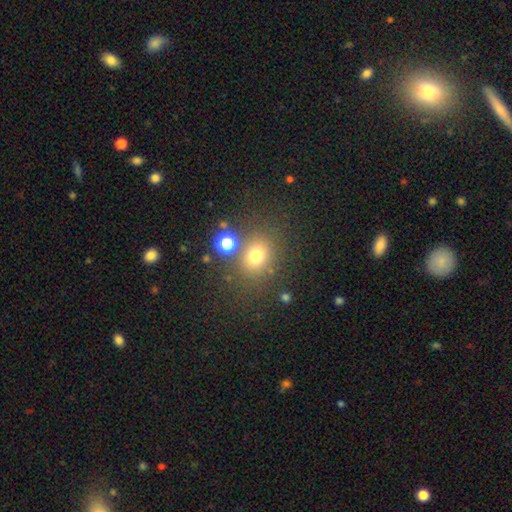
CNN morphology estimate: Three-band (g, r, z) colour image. It shows a smooth galaxy with no disk features (72%) that is round (66%). Merging: none (76%).